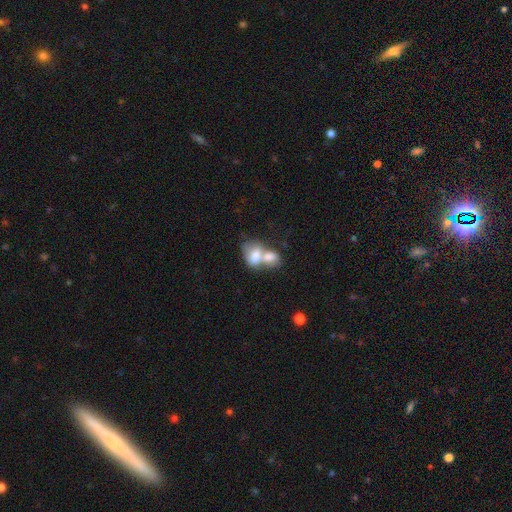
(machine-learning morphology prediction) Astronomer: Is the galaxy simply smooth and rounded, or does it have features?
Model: smooth — 73%.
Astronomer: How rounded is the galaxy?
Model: in between — 74%.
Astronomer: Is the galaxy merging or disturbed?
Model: merger — 78%.